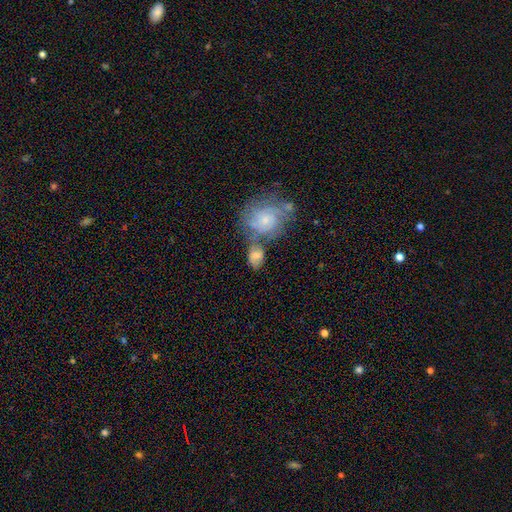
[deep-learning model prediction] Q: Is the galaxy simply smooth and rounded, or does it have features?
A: smooth — 45%, tied with featured or disk.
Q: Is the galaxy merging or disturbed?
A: merger — 44%.